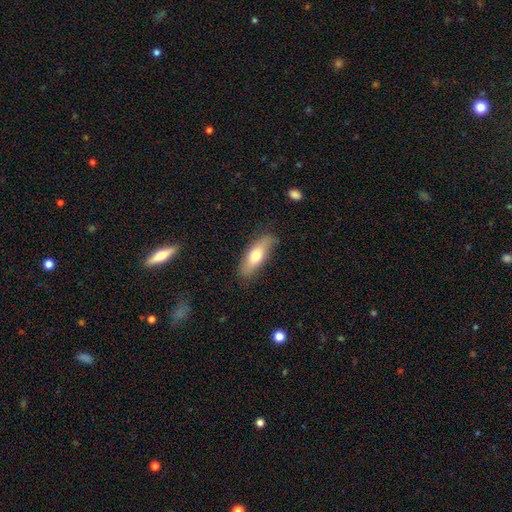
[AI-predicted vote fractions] This is likely a smooth galaxy (65%). How rounded: possibly in between (55%). Merging: likely none (79%).